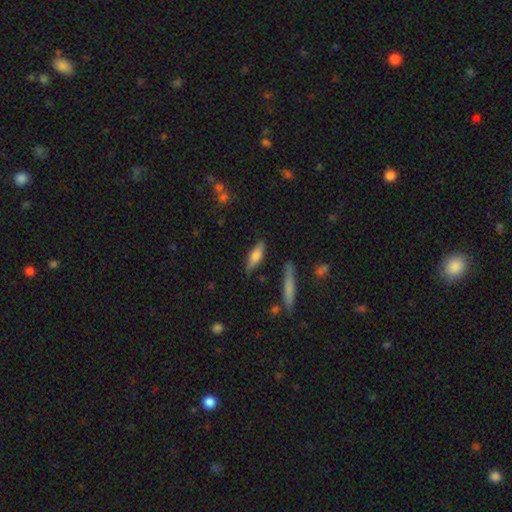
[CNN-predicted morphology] A smooth galaxy with no disk features (66%) that is cigar-shaped (53%).

Vote fractions:
- Smooth or featured? smooth: 66% / featured or disk: 27% / star or artifact: 7%
- How rounded? cigar-shaped: 53% / in between: 45% / round: 3%
- Merging? none: 78% / minor disturbance: 15% / major disturbance: 3% / merger: 3%